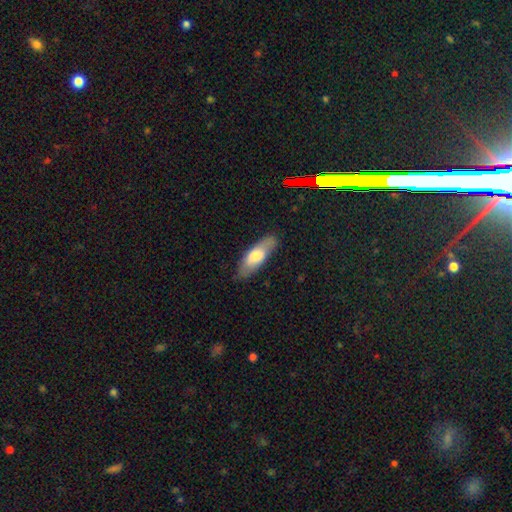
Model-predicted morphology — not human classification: Overall: smooth (68%). How rounded: in between (62%; cigar-shaped 36%). Merging: none (81%).